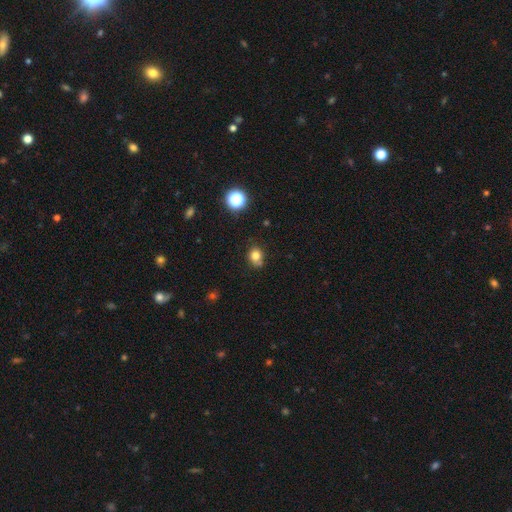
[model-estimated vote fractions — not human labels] This appears to be a smooth galaxy with no disk features (79%) that is round (60%). Merging: none (68%).